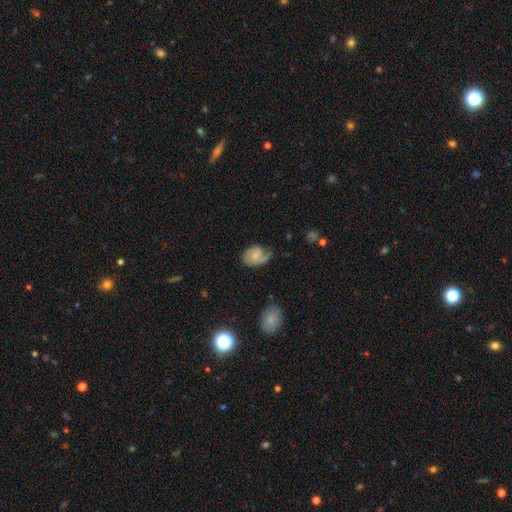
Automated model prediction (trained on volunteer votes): Morphology: type=featured or disk (61%); edge-on=no (97%); bar=no (66%); spiral arms=yes (91%); winding=medium (43%); arm count=2 (48%); bulge=small (57%); merging=none (49%).